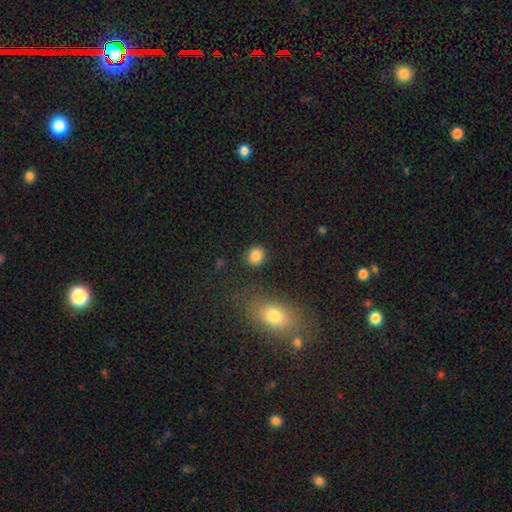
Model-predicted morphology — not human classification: type=smooth (85%); roundness=round (80%); merging=none (87%).